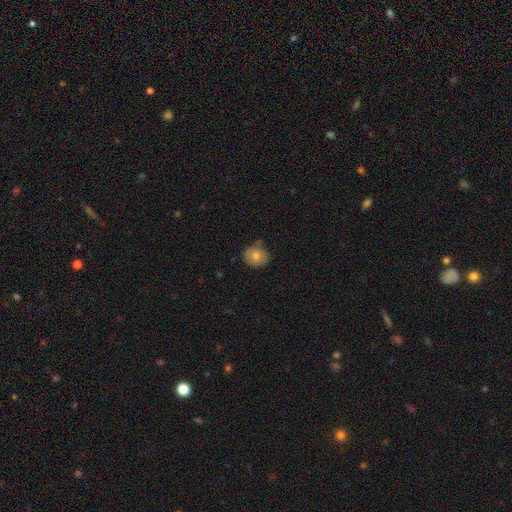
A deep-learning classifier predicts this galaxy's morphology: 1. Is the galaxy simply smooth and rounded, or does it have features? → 71% smooth, 21% featured or disk, 8% star or artifact.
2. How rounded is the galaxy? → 74% round, 25% in between, 1% cigar-shaped.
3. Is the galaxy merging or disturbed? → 75% none, 18% minor disturbance, 4% merger, 3% major disturbance.